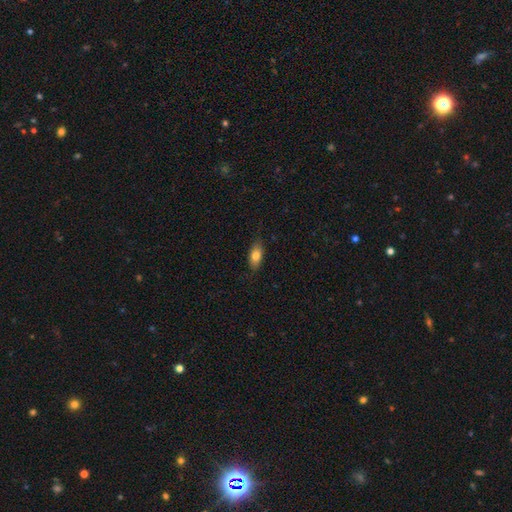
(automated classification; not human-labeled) Smooth or featured: smooth — 80% (featured or disk — 13%)
How rounded: in between — 87% (cigar-shaped — 8%)
Merging: none — 82% (minor disturbance — 14%)